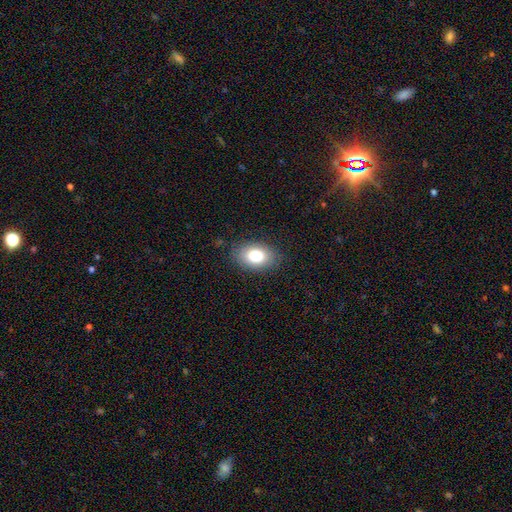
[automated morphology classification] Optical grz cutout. It shows a smooth galaxy with no disk features (81%) that is in between round and cigar-shaped (86%). Merging: none (85%).